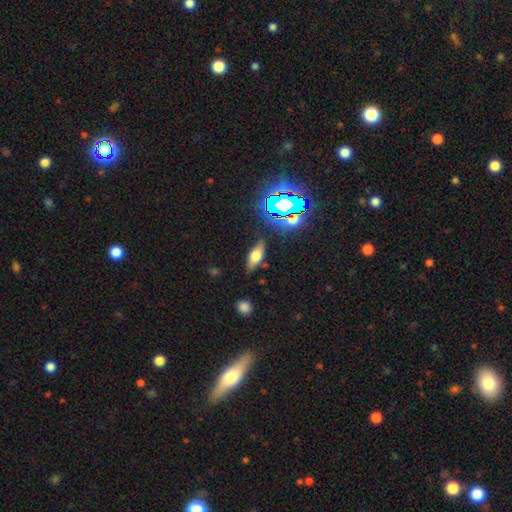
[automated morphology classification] Smooth or featured? smooth (58%)
How rounded? in between (73%)
Merging? none (80%)